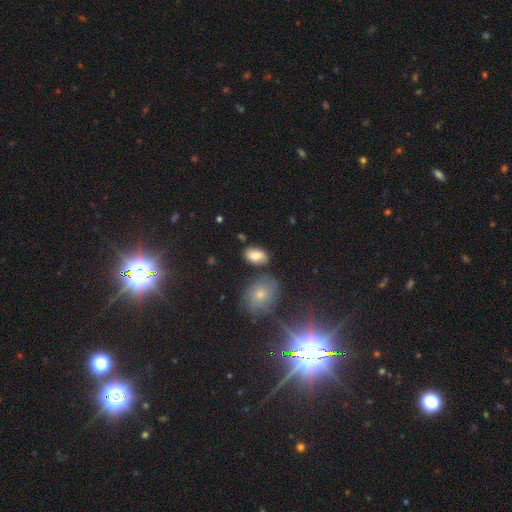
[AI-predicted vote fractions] Smooth or featured?
  - smooth: 79% *
  - featured or disk: 13%
  - star or artifact: 9%
How rounded?
  - in between: 90% *
  - round: 8%
  - cigar-shaped: 2%
Merging?
  - none: 67% *
  - minor disturbance: 19%
  - merger: 10%
  - major disturbance: 5%